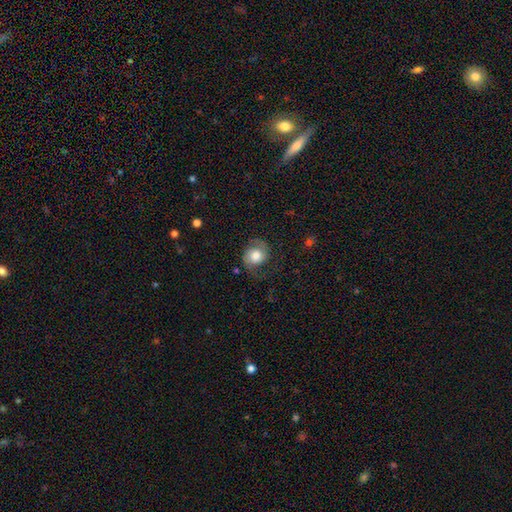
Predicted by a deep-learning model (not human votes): This appears to be a smooth galaxy with no disk features (50%). Merging: none (60%).